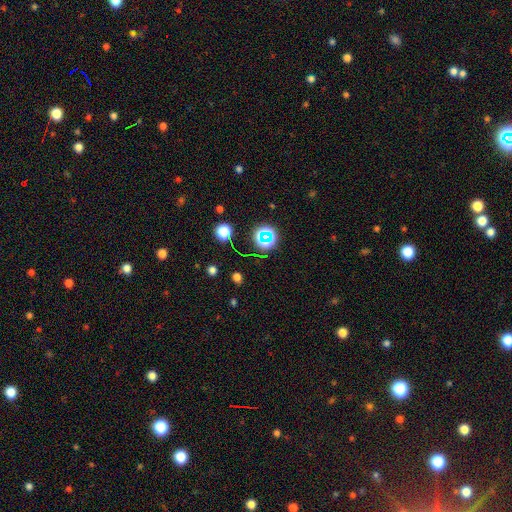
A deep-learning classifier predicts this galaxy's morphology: star or artifact 61%, smooth 30%, featured or disk 9%.